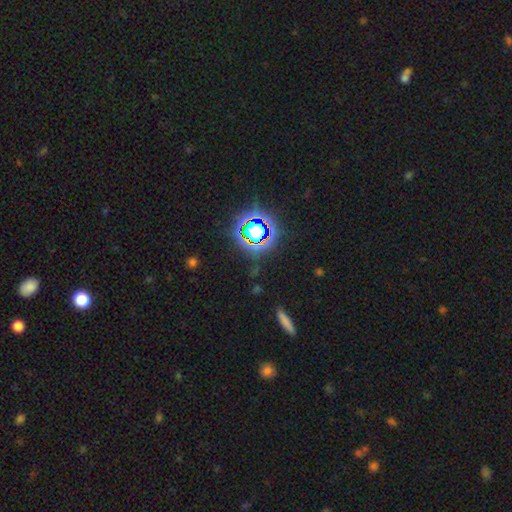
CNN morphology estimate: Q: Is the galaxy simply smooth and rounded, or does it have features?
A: star or artifact — 71%.